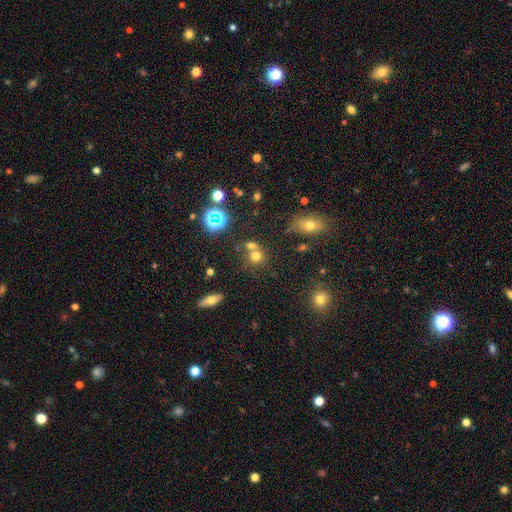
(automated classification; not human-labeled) Morphology: type=smooth (65%); roundness=round (81%); merging=none (50%).